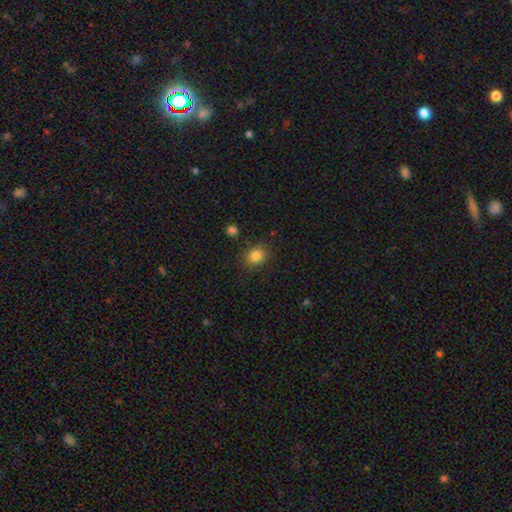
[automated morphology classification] type=smooth (84%); roundness=round (67%); merging=none (83%).